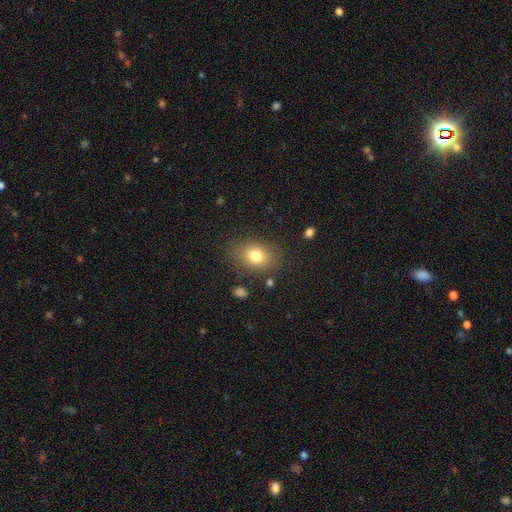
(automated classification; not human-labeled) Smooth or featured: smooth — 78% (featured or disk — 11%)
How rounded: in between — 68% (round — 31%)
Merging: none — 81% (minor disturbance — 12%)